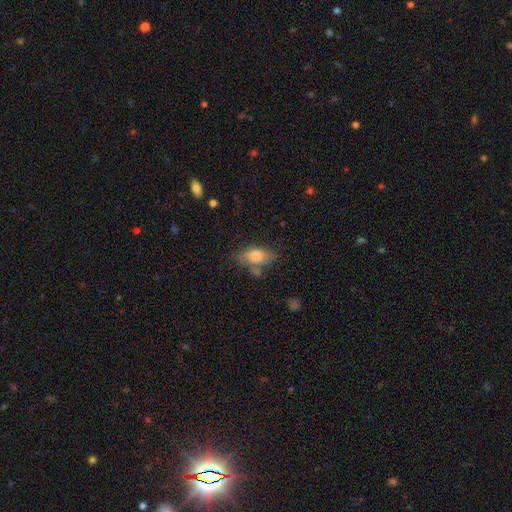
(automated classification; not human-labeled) Q: Smooth or featured?
A: smooth (76%); runner-up: featured or disk (15%)
Q: How rounded?
A: in between (88%); runner-up: round (6%)
Q: Merging?
A: none (59%); runner-up: minor disturbance (22%)